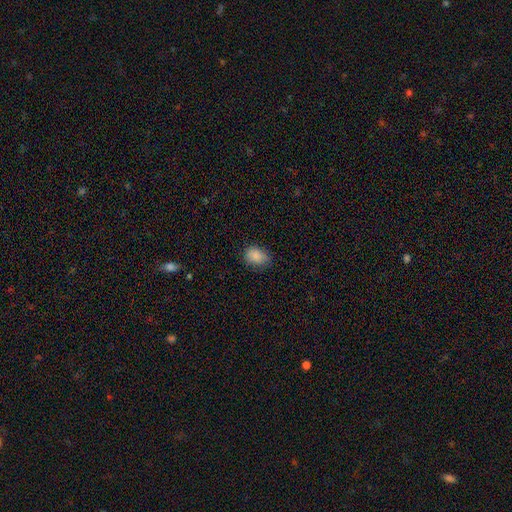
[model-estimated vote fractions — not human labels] Smooth or featured: smooth — 87% (star or artifact — 9%)
How rounded: in between — 71% (round — 28%)
Merging: none — 74% (minor disturbance — 21%)